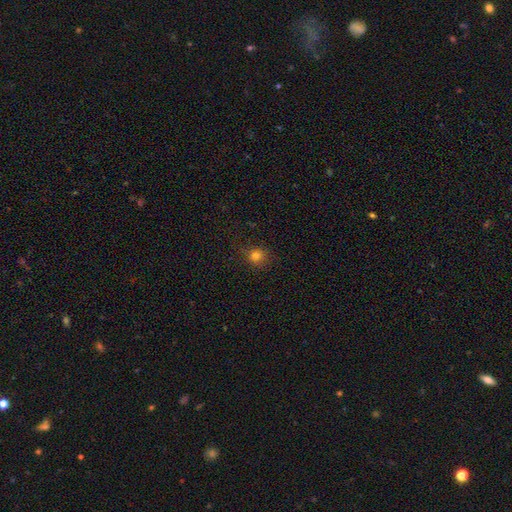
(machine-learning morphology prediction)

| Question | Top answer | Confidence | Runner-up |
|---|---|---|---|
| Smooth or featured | smooth | 79% | star or artifact (15%) |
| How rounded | round | 83% | in between (16%) |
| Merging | none | 80% | minor disturbance (14%) |